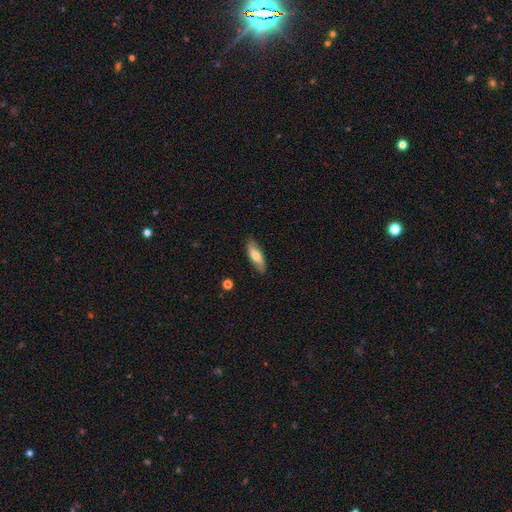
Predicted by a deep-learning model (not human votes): smooth 64%, featured or disk 30%, star or artifact 6%. Down the decision tree: how rounded — in between (63%); merging — none (85%).